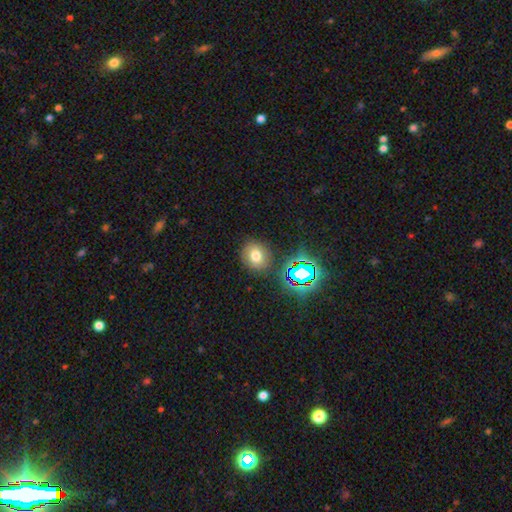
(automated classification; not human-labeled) smooth_or_featured: smooth (p=0.69) [alt: star or artifact p=0.20]
how_rounded: round (p=0.73) [alt: in between p=0.26]
merging: none (p=0.84) [alt: minor disturbance p=0.10]